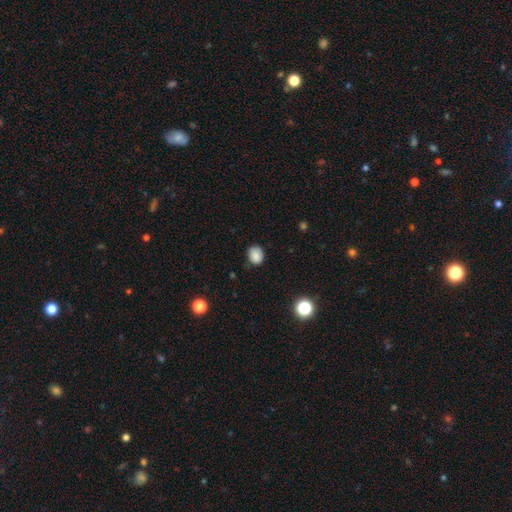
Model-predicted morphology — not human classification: Q: Smooth or featured?
A: smooth (84%); runner-up: star or artifact (10%)
Q: How rounded?
A: round (63%); runner-up: in between (36%)
Q: Merging?
A: none (74%); runner-up: minor disturbance (21%)